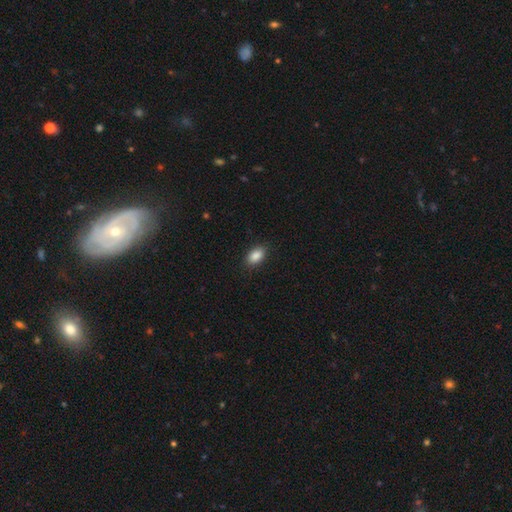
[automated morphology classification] Q: Smooth or featured?
A: smooth (88%); runner-up: star or artifact (8%)
Q: How rounded?
A: in between (90%); runner-up: round (7%)
Q: Merging?
A: none (87%); runner-up: minor disturbance (10%)